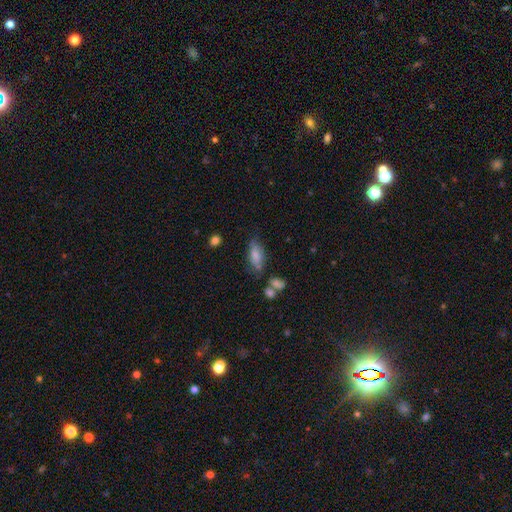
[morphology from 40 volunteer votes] smooth-or-featured: smooth: 85% | featured or disk: 8% | star or artifact: 8%
  how-rounded: in between: 74% | cigar-shaped: 24% | round: 3%
  merging: none: 59% | minor disturbance: 30% | major disturbance: 8% | merger: 3%